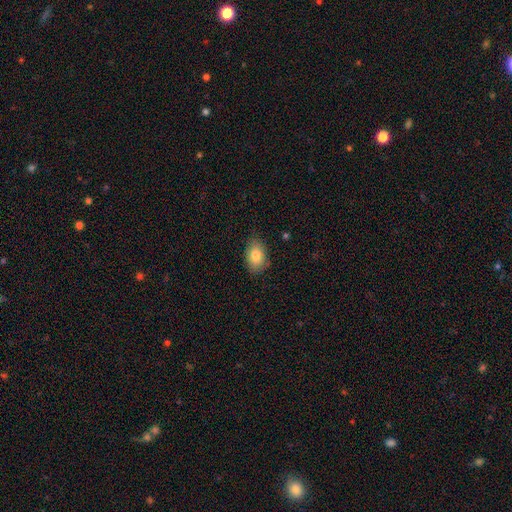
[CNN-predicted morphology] Smooth or featured? Predicted: smooth (p=0.82). How rounded? Predicted: in between (p=0.87). Merging? Predicted: none (p=0.81).